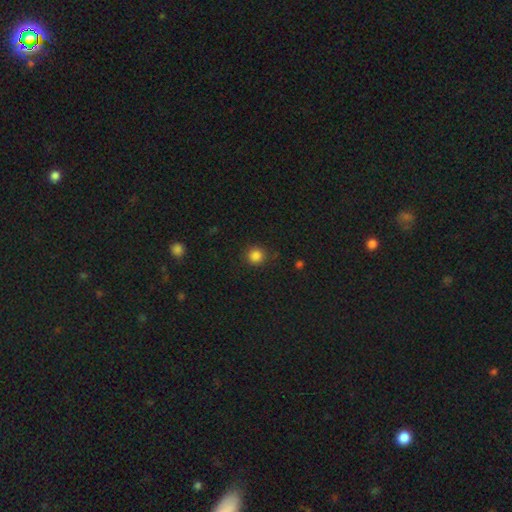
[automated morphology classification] smooth 85%, star or artifact 12%, featured or disk 3%. Down the decision tree: how rounded — round (92%); merging — none (87%).